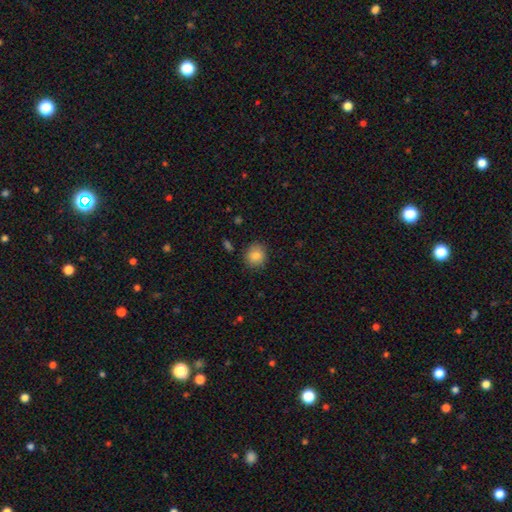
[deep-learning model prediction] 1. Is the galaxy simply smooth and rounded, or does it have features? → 84% smooth, 9% star or artifact, 7% featured or disk.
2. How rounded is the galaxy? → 86% round, 13% in between, 1% cigar-shaped.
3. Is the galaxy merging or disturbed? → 87% none, 9% minor disturbance, 2% major disturbance, 2% merger.